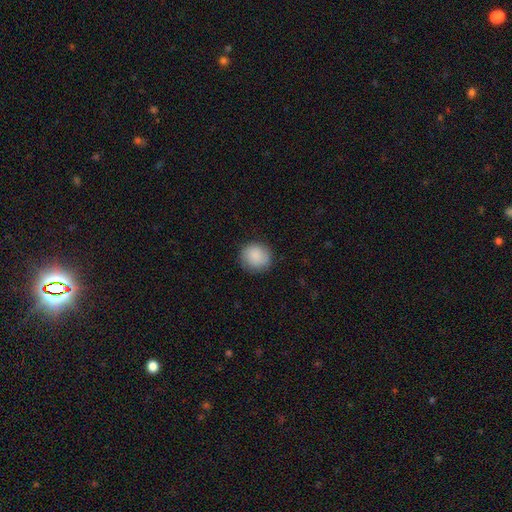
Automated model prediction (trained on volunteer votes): Overall: smooth (86%). How rounded: round (91%). Merging: none (86%).